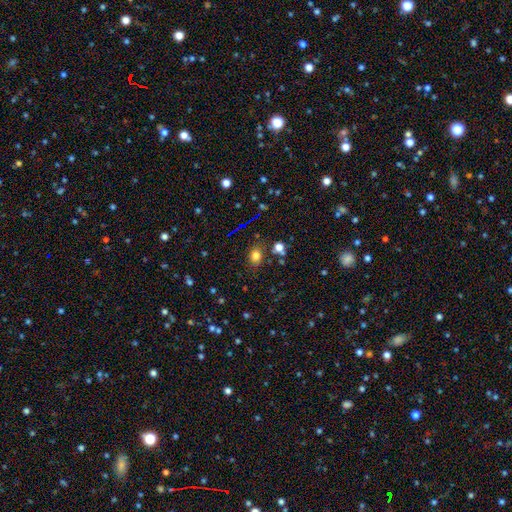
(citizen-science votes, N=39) smooth-or-featured: smooth: 92% | star or artifact: 5% | featured or disk: 3%
  how-rounded: in between: 72% | round: 28% | cigar-shaped: 0%
  merging: major disturbance: 54% | none: 43% | merger: 3% | minor disturbance: 0%